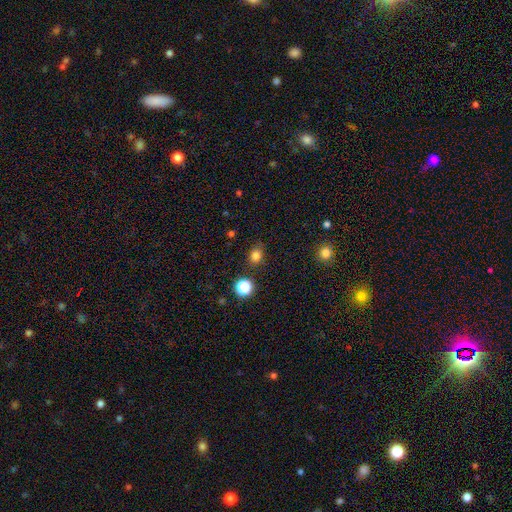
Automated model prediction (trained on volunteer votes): Morphology: type=smooth (81%); roundness=round (57%); merging=none (79%).